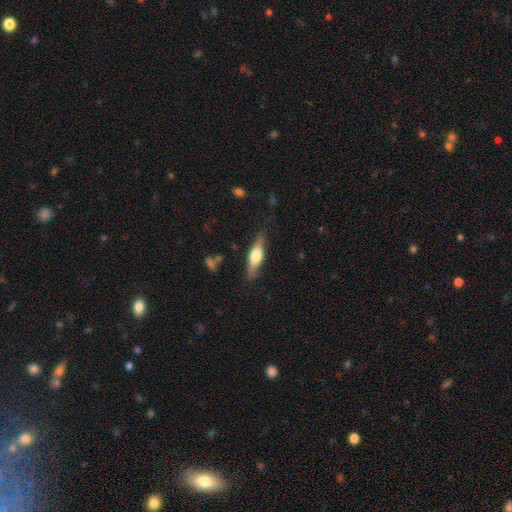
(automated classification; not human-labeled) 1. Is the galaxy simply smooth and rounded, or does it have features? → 55% featured or disk, 39% smooth, 6% star or artifact.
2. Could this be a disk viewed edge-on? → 94% yes, 6% no.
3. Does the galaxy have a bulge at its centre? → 89% rounded, 9% boxy, 3% none.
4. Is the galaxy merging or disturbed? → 81% none, 14% minor disturbance, 3% major disturbance, 2% merger.